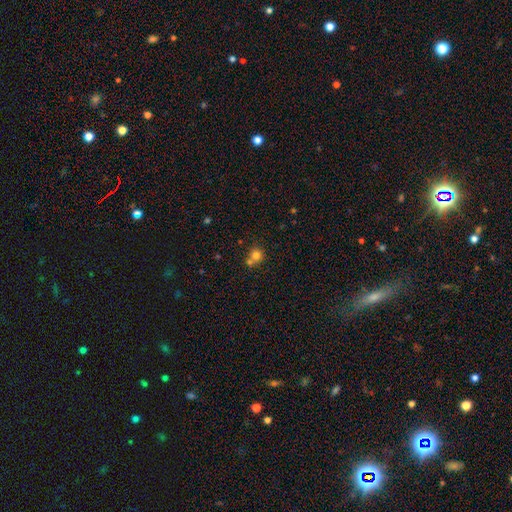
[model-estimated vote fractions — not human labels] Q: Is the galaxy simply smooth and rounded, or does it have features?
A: smooth — 77%.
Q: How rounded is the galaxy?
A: round — 88%.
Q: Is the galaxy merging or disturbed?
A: none — 50%.